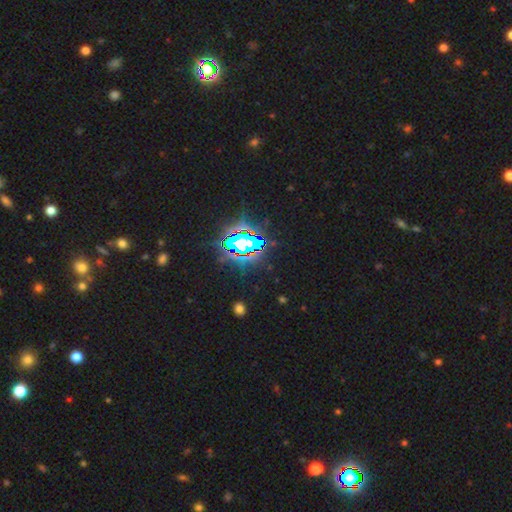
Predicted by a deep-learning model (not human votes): Smooth or featured? star or artifact (79%)